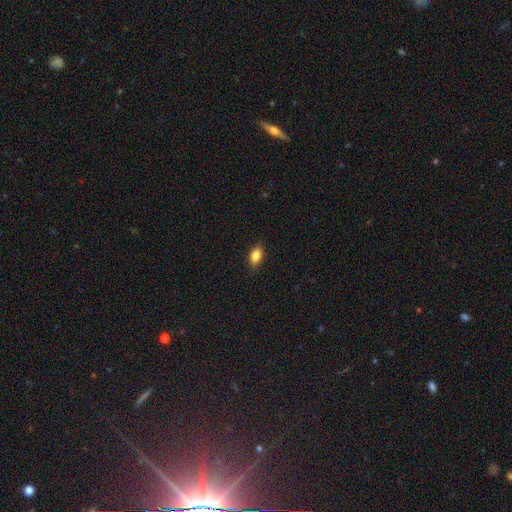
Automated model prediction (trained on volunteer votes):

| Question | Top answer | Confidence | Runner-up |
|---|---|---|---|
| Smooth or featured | smooth | 84% | star or artifact (8%) |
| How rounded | in between | 87% | round (10%) |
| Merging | none | 86% | minor disturbance (11%) |